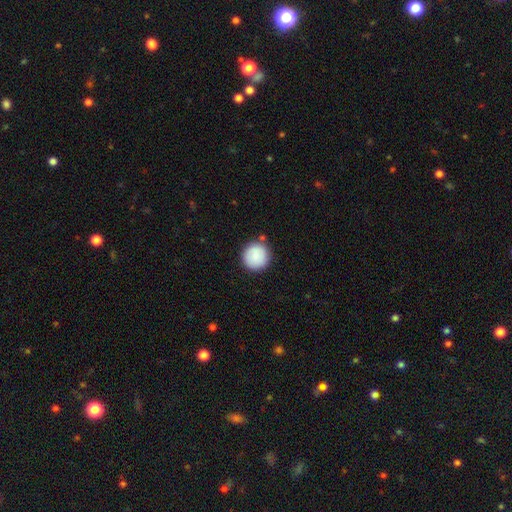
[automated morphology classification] type=smooth (85%); roundness=round (95%); merging=none (86%).